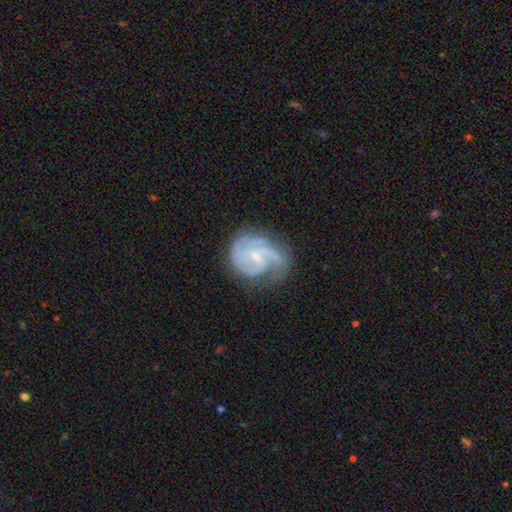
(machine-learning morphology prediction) type=featured or disk (87%); edge-on=no (98%); bar=no (54%); spiral arms=yes (97%); winding=medium (45%); arm count=3 (35%); bulge=small (72%); merging=none (62%).